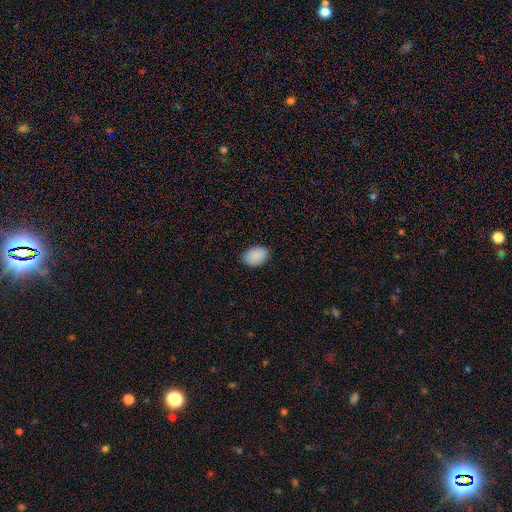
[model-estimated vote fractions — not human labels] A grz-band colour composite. It shows a smooth galaxy with no disk features (90%) that is in between round and cigar-shaped (78%). Merging: none (86%).